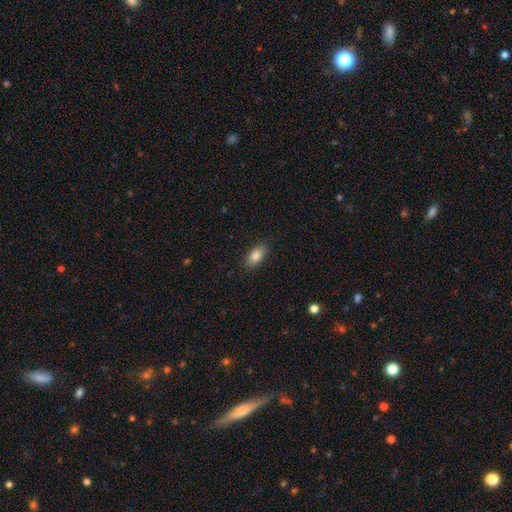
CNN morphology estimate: The model was most divided on "smooth or featured": smooth: 84%, featured or disk: 8%, star or artifact: 8%. More confident: how rounded — in between (89%); merging — none (87%).